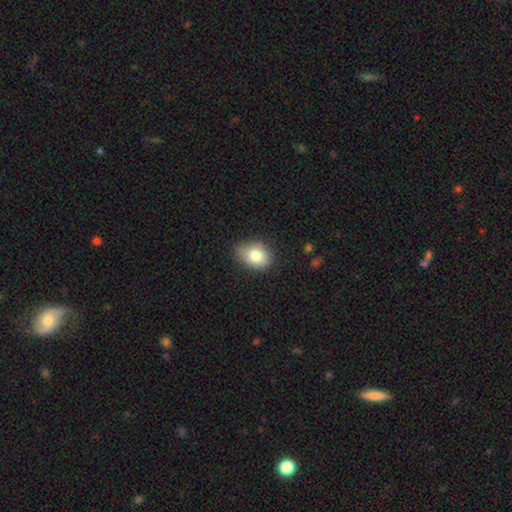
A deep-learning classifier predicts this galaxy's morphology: Q: Smooth or featured?
A: smooth (81%); runner-up: featured or disk (11%)
Q: How rounded?
A: in between (71%); runner-up: round (28%)
Q: Merging?
A: none (76%); runner-up: minor disturbance (19%)